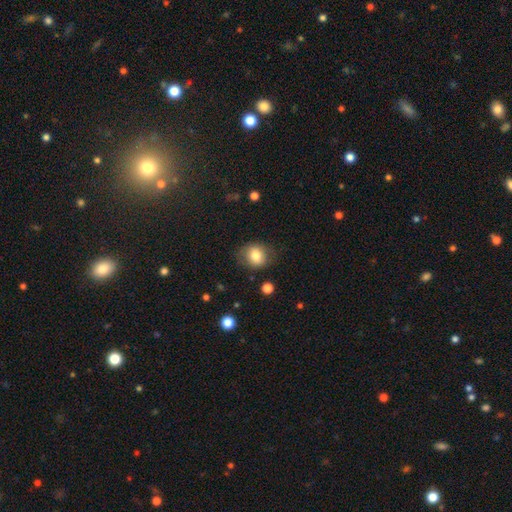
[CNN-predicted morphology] A smooth galaxy with no disk features (79%) that is round (64%).

Vote fractions:
- Smooth or featured? smooth: 79% / featured or disk: 12% / star or artifact: 9%
- How rounded? round: 64% / in between: 36% / cigar-shaped: 1%
- Merging? none: 78% / minor disturbance: 16% / major disturbance: 5% / merger: 1%